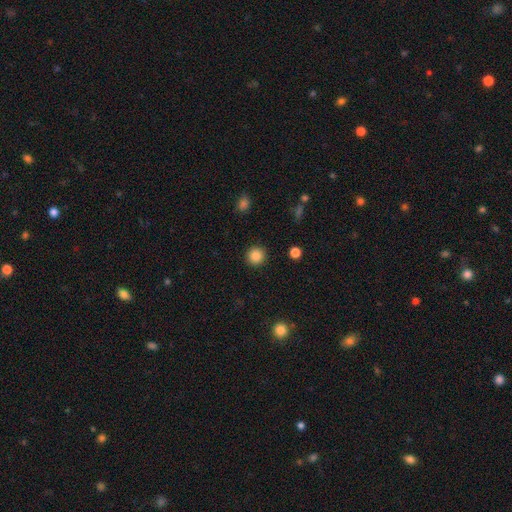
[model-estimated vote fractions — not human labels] Overall: smooth (86%). How rounded: round (94%). Merging: none (92%).